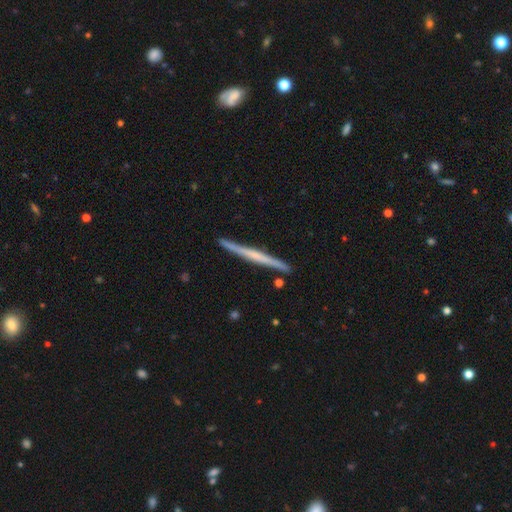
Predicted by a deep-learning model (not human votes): Overall: featured or disk (63%; smooth 32%). Edge-on disk: yes (98%). Edge-on bulge: none (59%; rounded 29%). Merging: none (91%).